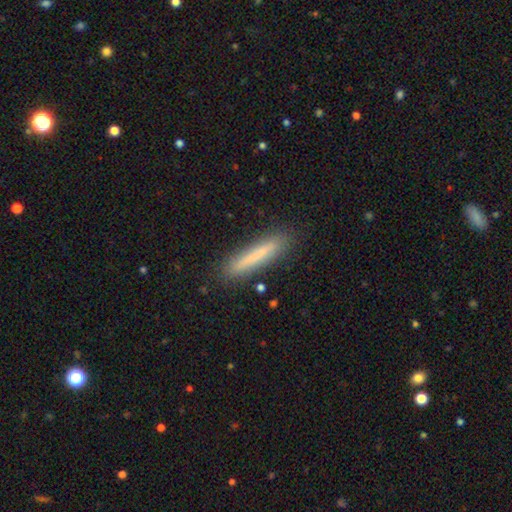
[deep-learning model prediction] smooth_or_featured: smooth (p=0.75) [alt: featured or disk p=0.17]
how_rounded: cigar-shaped (p=0.93) [alt: in between p=0.06]
merging: none (p=0.88) [alt: minor disturbance p=0.09]